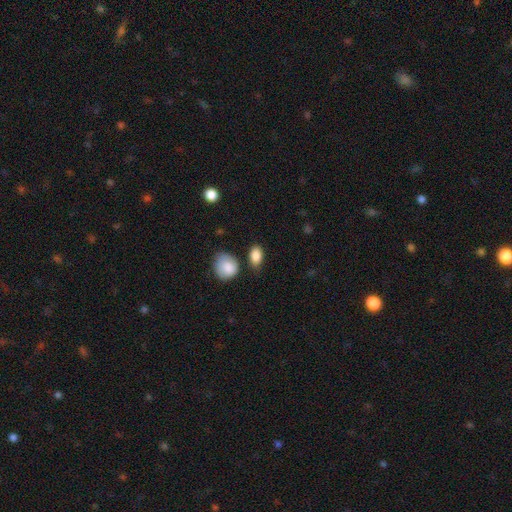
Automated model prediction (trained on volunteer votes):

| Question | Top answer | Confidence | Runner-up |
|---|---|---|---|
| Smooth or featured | smooth | 87% | star or artifact (8%) |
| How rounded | in between | 86% | round (12%) |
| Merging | none | 69% | minor disturbance (20%) |